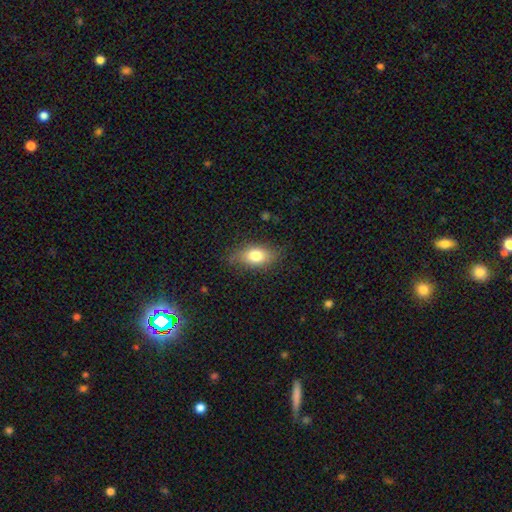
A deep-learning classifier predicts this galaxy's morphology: Q: Smooth or featured?
A: smooth (76%); runner-up: featured or disk (16%)
Q: How rounded?
A: in between (85%); runner-up: round (9%)
Q: Merging?
A: none (76%); runner-up: minor disturbance (18%)